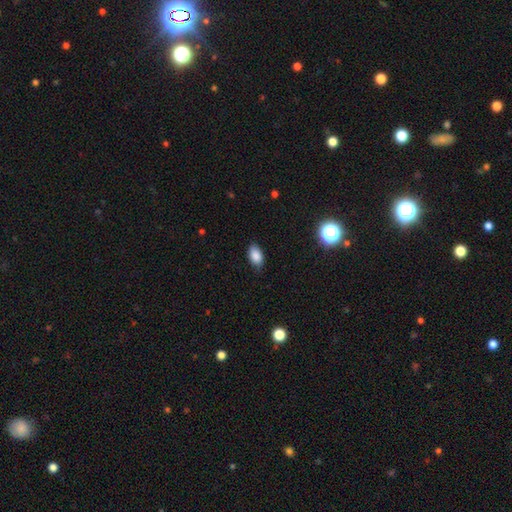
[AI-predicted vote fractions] smooth 86%, star or artifact 8%, featured or disk 5%. Down the decision tree: how rounded — in between (91%); merging — none (79%).